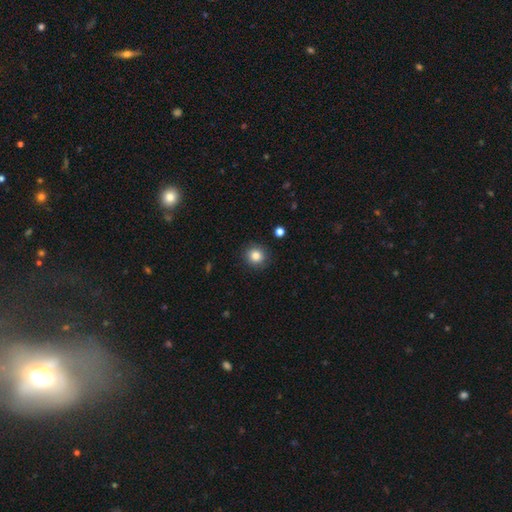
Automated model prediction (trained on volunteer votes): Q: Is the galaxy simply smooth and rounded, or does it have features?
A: smooth — 84%.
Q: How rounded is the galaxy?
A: round — 90%.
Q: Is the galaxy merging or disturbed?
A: none — 89%.